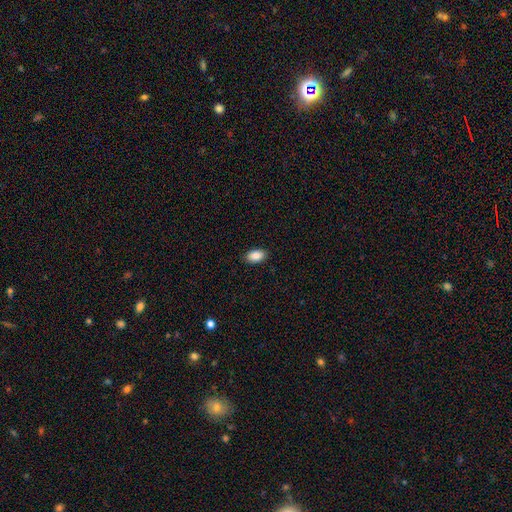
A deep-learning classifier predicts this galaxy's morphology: A smooth galaxy with no disk features (88%) that is in between round and cigar-shaped (92%).

Vote fractions:
- Smooth or featured? smooth: 88% / star or artifact: 7% / featured or disk: 5%
- How rounded? in between: 92% / round: 6% / cigar-shaped: 2%
- Merging? none: 90% / minor disturbance: 8% / major disturbance: 2% / merger: 1%